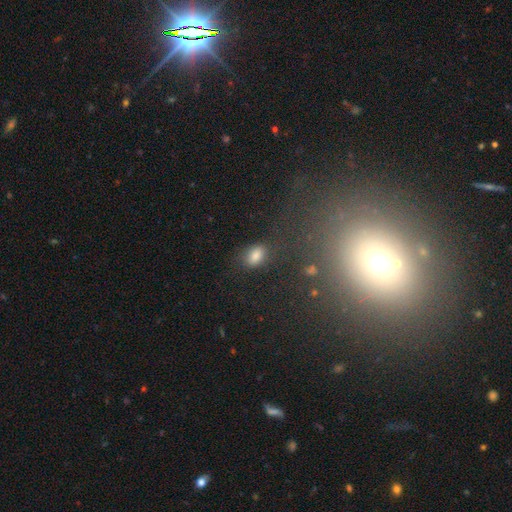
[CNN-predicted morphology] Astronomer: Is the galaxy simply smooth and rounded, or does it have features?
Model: smooth — 80%.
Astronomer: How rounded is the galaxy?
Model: in between — 86%.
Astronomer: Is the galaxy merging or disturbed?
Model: none — 72%.